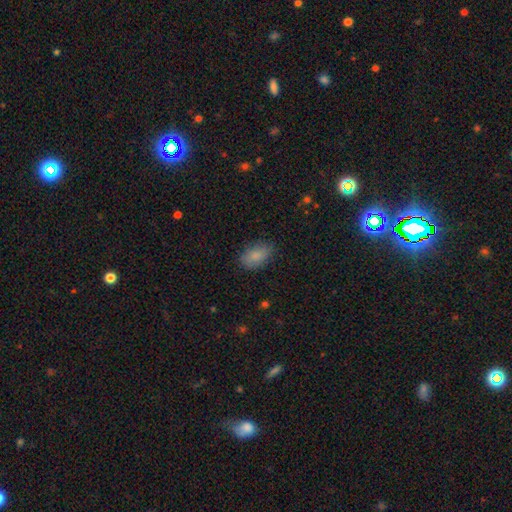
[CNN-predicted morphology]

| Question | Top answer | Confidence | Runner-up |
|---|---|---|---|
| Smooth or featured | smooth | 85% | star or artifact (8%) |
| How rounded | in between | 91% | round (7%) |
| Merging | none | 81% | minor disturbance (15%) |